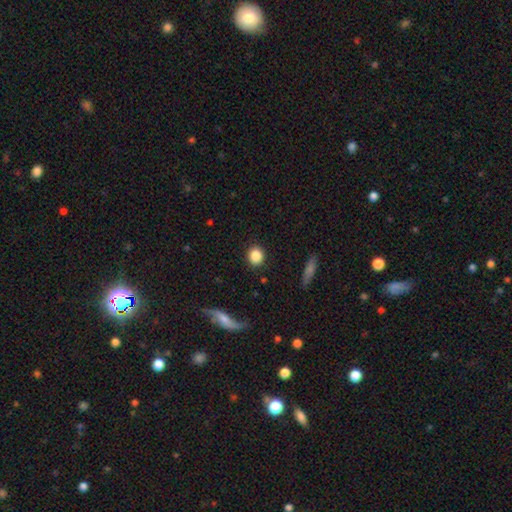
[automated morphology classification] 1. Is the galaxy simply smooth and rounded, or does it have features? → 86% smooth, 9% star or artifact, 6% featured or disk.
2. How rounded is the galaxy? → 79% round, 20% in between, 2% cigar-shaped.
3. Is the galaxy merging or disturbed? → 89% none, 7% minor disturbance, 2% major disturbance, 2% merger.